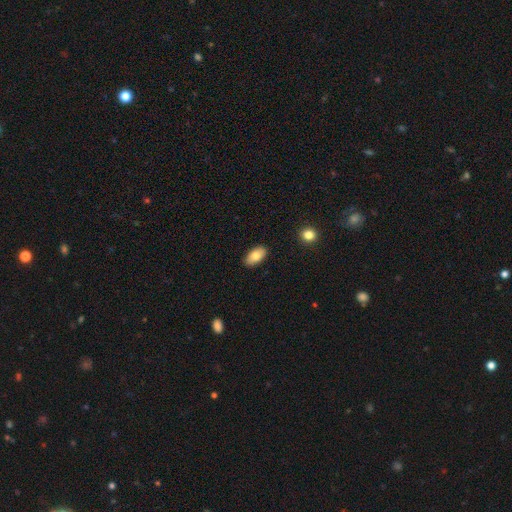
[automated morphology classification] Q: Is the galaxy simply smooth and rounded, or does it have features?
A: smooth — 82%.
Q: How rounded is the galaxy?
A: in between — 94%.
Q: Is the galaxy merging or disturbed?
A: none — 88%.